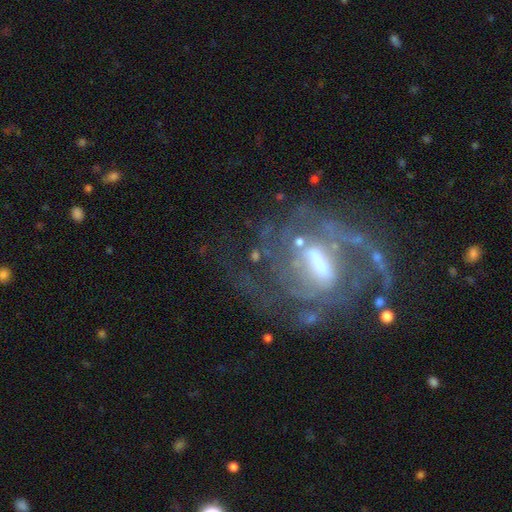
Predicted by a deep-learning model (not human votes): Smooth or featured? Predicted: featured or disk (p=0.74). Edge-on disk? Predicted: no (p=0.92). Bar? Predicted: strong (p=0.46). Spiral arms? Predicted: yes (p=0.68). Bulge size? Predicted: moderate (p=0.47). Merging? Predicted: none (p=0.45).